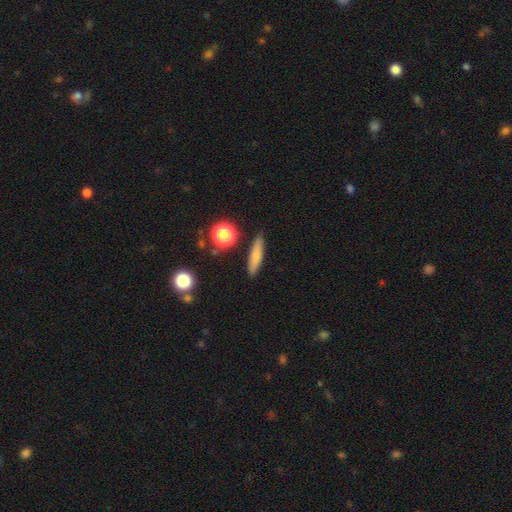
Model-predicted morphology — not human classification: type=smooth (72%); roundness=cigar-shaped (78%); merging=none (86%).